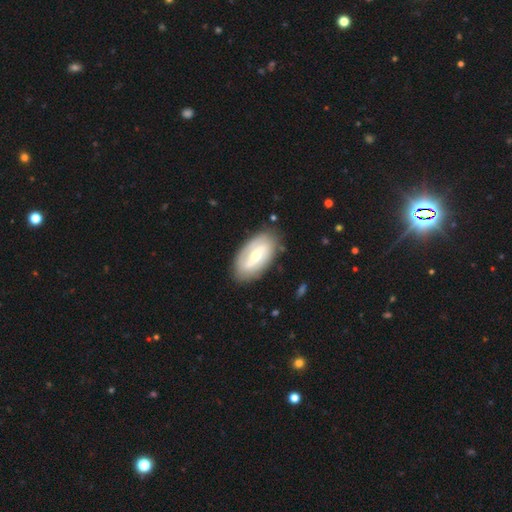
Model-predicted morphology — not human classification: featured or disk 69%, smooth 26%, star or artifact 5%. Down the decision tree: edge-on disk — no (91%); bar — weak (41%); spiral arms — yes (71%); bulge size — moderate (58%); merging — none (83%).